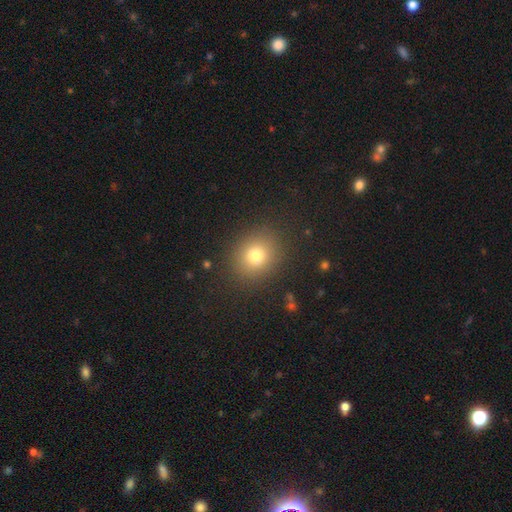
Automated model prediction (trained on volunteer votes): smooth-or-featured: smooth: 77% | star or artifact: 14% | featured or disk: 9%
  how-rounded: round: 73% | in between: 26% | cigar-shaped: 1%
  merging: none: 88% | minor disturbance: 8% | major disturbance: 3% | merger: 1%